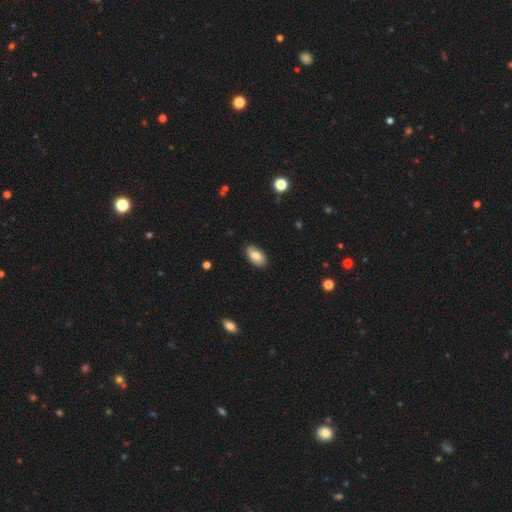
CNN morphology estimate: smooth_or_featured: smooth (p=0.78) [alt: featured or disk p=0.15]
how_rounded: in between (p=0.94) [alt: round p=0.04]
merging: none (p=0.85) [alt: minor disturbance p=0.12]